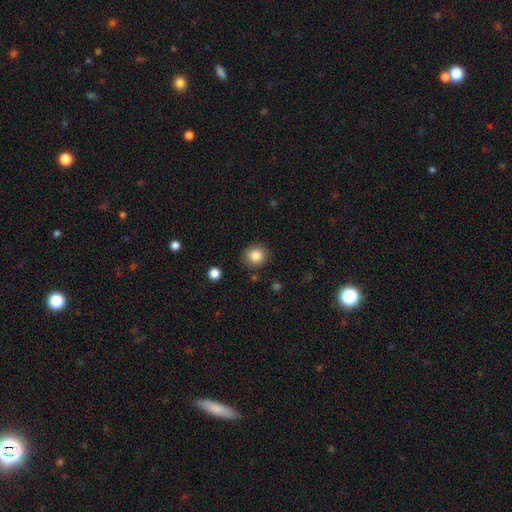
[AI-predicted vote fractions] Overall: smooth (84%). How rounded: round (85%). Merging: none (88%).